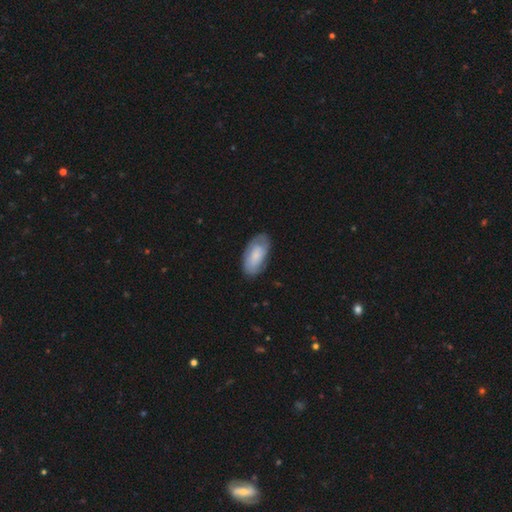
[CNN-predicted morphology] This is likely a smooth galaxy (65%). How rounded: clearly in between (94%). Merging: likely none (75%).